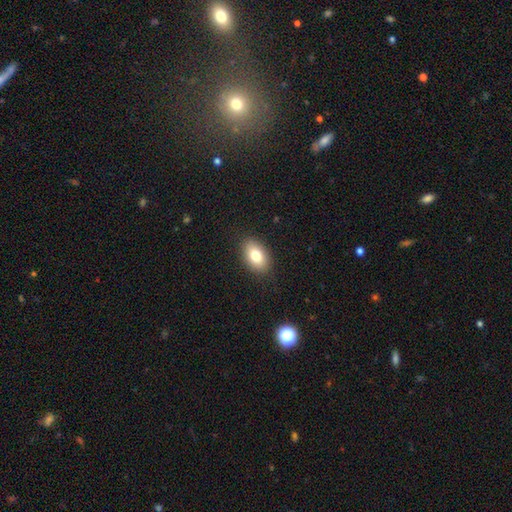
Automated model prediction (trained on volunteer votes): Q: Smooth or featured?
A: smooth (80%); runner-up: featured or disk (12%)
Q: How rounded?
A: in between (89%); runner-up: round (9%)
Q: Merging?
A: none (87%); runner-up: minor disturbance (10%)